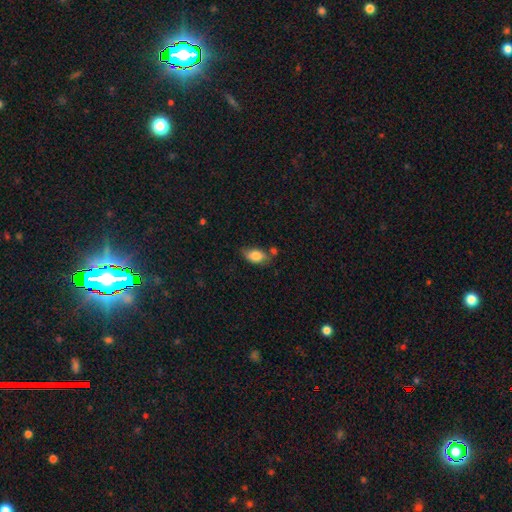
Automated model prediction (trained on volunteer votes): smooth_or_featured: smooth (p=0.83) [alt: featured or disk p=0.10]
how_rounded: in between (p=0.89) [alt: round p=0.08]
merging: none (p=0.62) [alt: minor disturbance p=0.22]